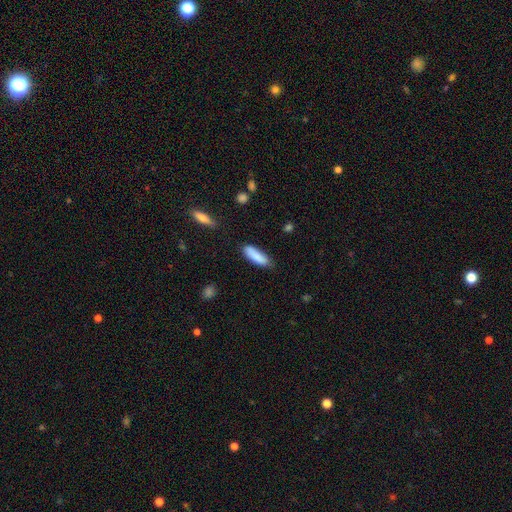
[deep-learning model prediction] Q: Smooth or featured?
A: smooth (86%); runner-up: featured or disk (7%)
Q: How rounded?
A: cigar-shaped (51%); runner-up: in between (47%)
Q: Merging?
A: none (76%); runner-up: minor disturbance (19%)